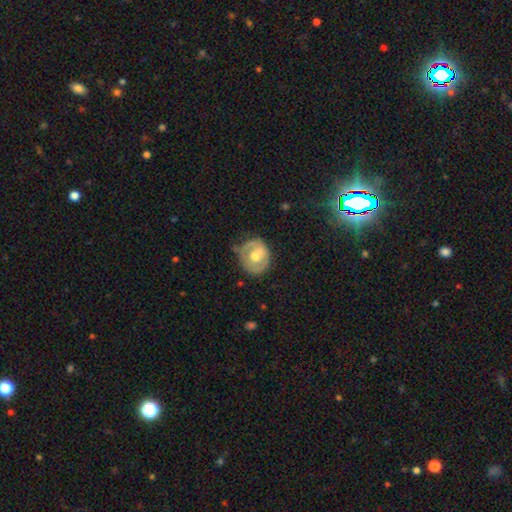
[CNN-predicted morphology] Smooth or featured? featured or disk (53%)
Edge-on disk? no (96%)
Bar? no (70%)
Spiral arms? no (61%)
Bulge size? moderate (72%)
Merging? none (58%)